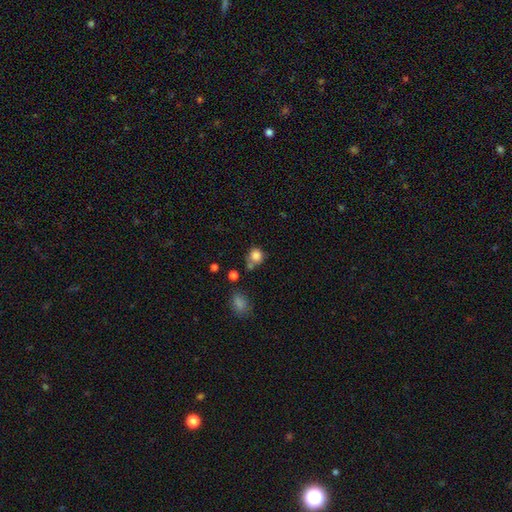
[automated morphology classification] Overall: smooth (83%). How rounded: round (82%). Merging: none (54%; merger 21%).